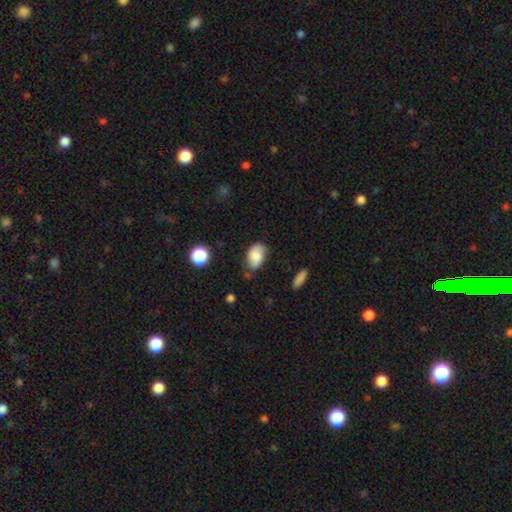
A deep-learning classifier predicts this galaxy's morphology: Smooth or featured?
  - smooth: 72% *
  - featured or disk: 19%
  - star or artifact: 9%
How rounded?
  - in between: 87% *
  - round: 11%
  - cigar-shaped: 1%
Merging?
  - none: 59% *
  - minor disturbance: 31%
  - major disturbance: 7%
  - merger: 4%